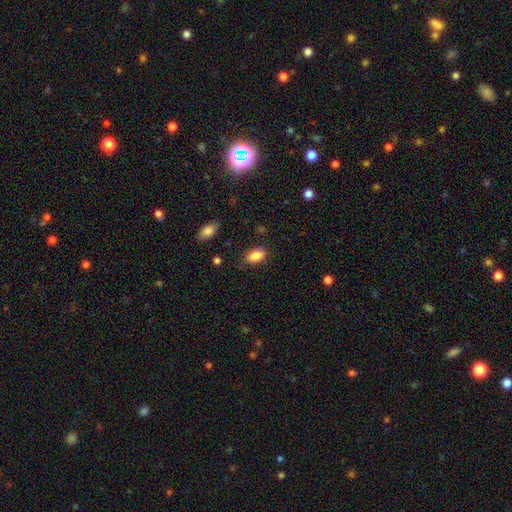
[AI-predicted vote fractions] The model was most divided on "merging": none: 77%, minor disturbance: 18%, major disturbance: 4%, merger: 2%. More confident: how rounded — in between (91%); smooth or featured — smooth (86%).